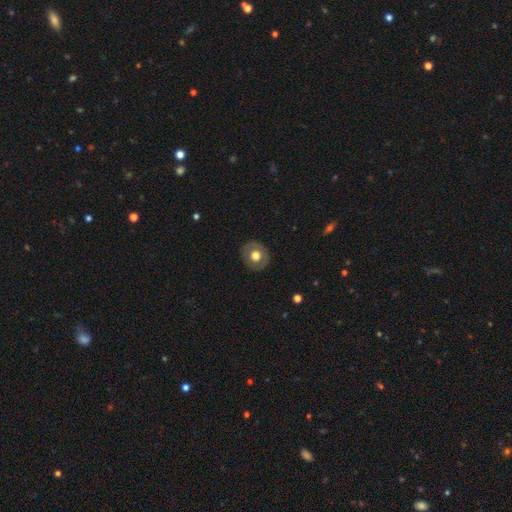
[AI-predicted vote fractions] smooth 61%, featured or disk 31%, star or artifact 8%. Down the decision tree: how rounded — round (79%); merging — none (87%).